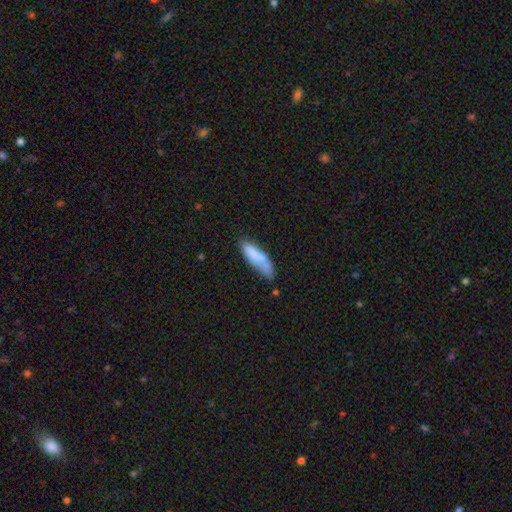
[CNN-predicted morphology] This appears to be a smooth galaxy with no disk features (75%) that is cigar-shaped (57%). Merging: none (51%).